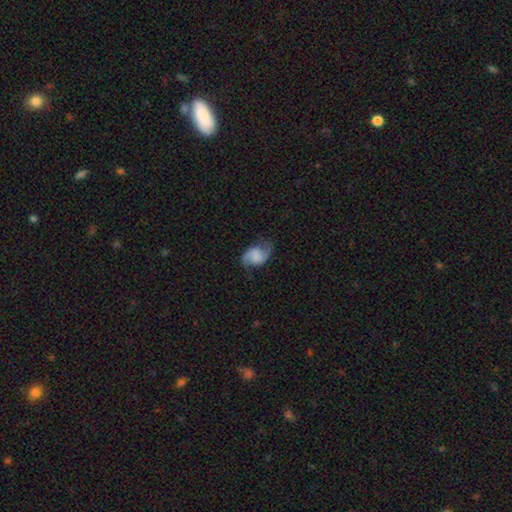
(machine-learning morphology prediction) smooth_or_featured: featured or disk (p=0.61) [alt: smooth p=0.30]
disk_edge_on: no (p=0.97) [alt: yes p=0.03]
bar: no (p=0.47) [alt: weak p=0.40]
has_spiral_arms: yes (p=0.92) [alt: no p=0.08]
spiral_winding: loose (p=0.52) [alt: medium p=0.37]
spiral_arm_count: 2 (p=0.89) [alt: can't tell p=0.04]
bulge_size: none (p=0.52) [alt: small p=0.17]
merging: none (p=0.67) [alt: minor disturbance p=0.22]